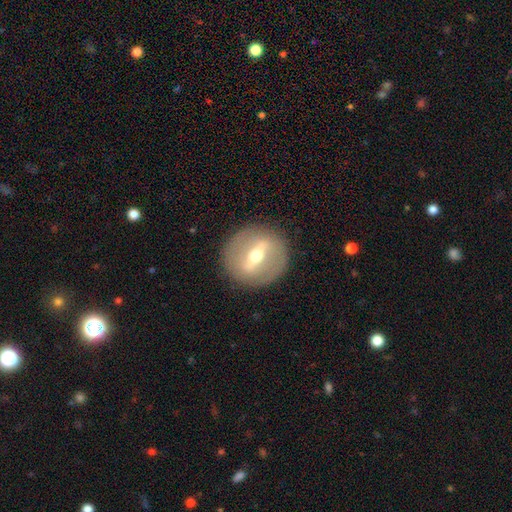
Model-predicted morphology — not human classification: Smooth or featured?
  - featured or disk: 74% *
  - smooth: 20%
  - star or artifact: 6%
Edge-on disk?
  - no: 71% *
  - yes: 29%
Bar?
  - strong: 74% *
  - weak: 20%
  - no: 6%
Spiral arms?
  - no: 78% *
  - yes: 22%
Bulge size?
  - moderate: 70% *
  - small: 22%
  - large: 6%
  - dominant: 1%
  - none: 1%
Merging?
  - none: 88% *
  - minor disturbance: 8%
  - major disturbance: 3%
  - merger: 1%